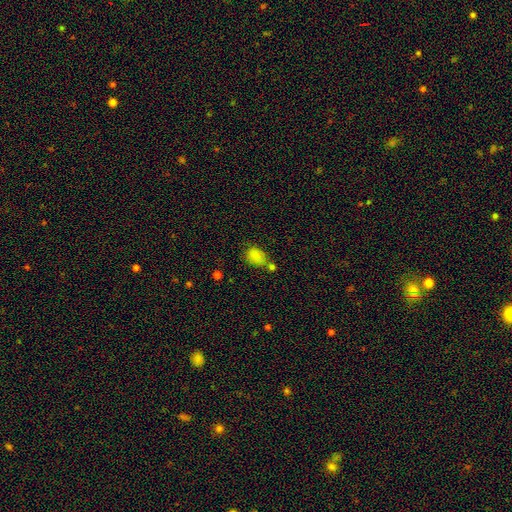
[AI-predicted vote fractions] Q: Smooth or featured?
A: smooth (83%); runner-up: star or artifact (11%)
Q: How rounded?
A: in between (71%); runner-up: round (28%)
Q: Merging?
A: none (48%); runner-up: merger (26%)